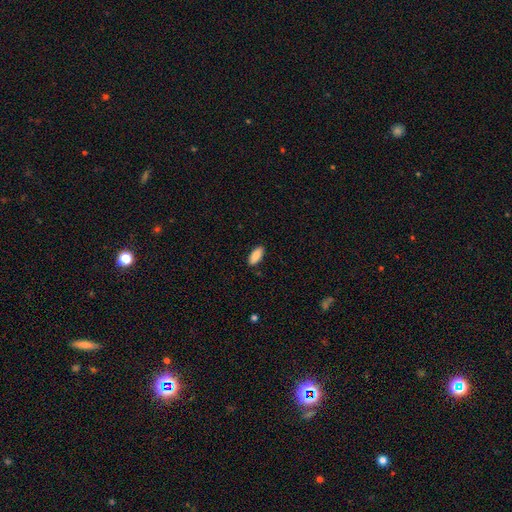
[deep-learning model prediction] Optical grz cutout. It shows a smooth galaxy with no disk features (90%) that is in between round and cigar-shaped (87%). Merging: none (89%).